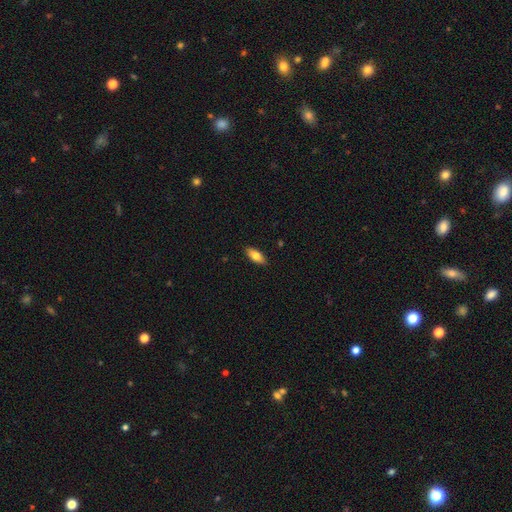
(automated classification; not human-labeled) Smooth or featured? Predicted: smooth (p=0.74). How rounded? Predicted: in between (p=0.79). Merging? Predicted: none (p=0.89).